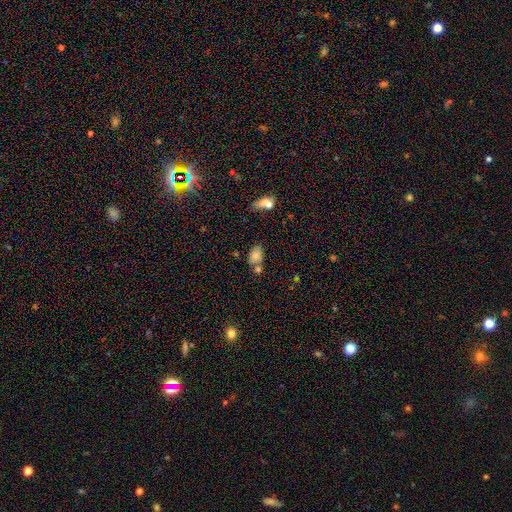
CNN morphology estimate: Smooth or featured?
  - smooth: 78% *
  - star or artifact: 12%
  - featured or disk: 11%
How rounded?
  - in between: 83% *
  - round: 15%
  - cigar-shaped: 2%
Merging?
  - none: 59% *
  - minor disturbance: 18%
  - merger: 18%
  - major disturbance: 5%